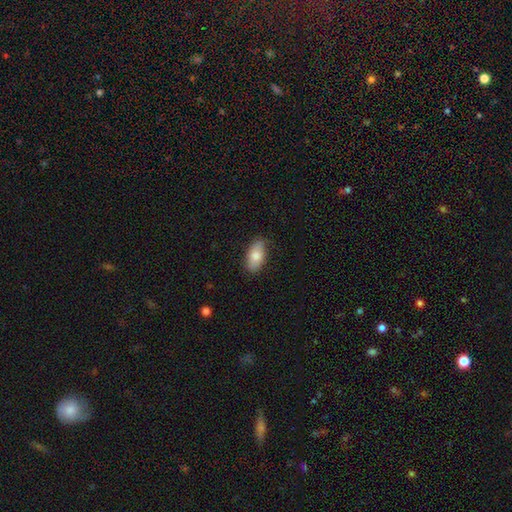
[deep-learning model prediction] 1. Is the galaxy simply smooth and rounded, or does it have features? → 78% smooth, 16% featured or disk, 6% star or artifact.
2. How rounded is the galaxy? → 92% in between, 5% cigar-shaped, 3% round.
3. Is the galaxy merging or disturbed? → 80% none, 16% minor disturbance, 3% major disturbance, 1% merger.